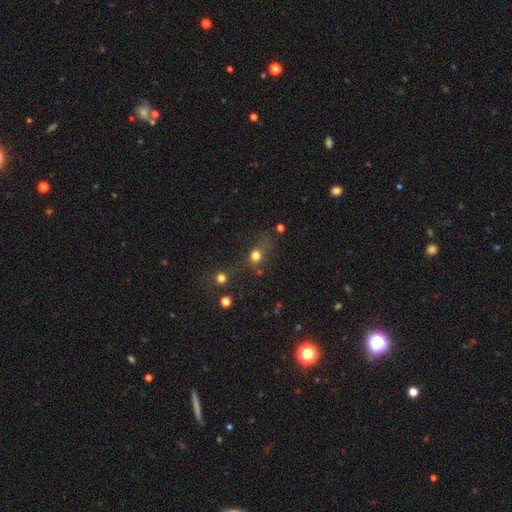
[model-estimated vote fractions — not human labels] Smooth or featured: smooth — 70% (star or artifact — 20%)
How rounded: round — 67% (in between — 29%)
Merging: none — 51% (minor disturbance — 17%)